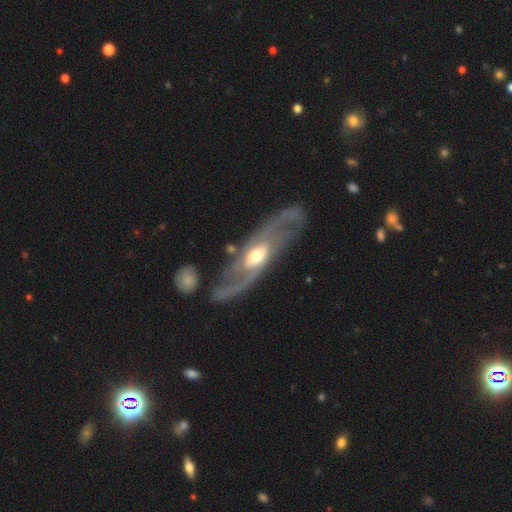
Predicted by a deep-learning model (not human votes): smooth_or_featured: featured or disk (p=0.85) [alt: smooth p=0.11]
disk_edge_on: no (p=0.83) [alt: yes p=0.17]
bar: no (p=0.57) [alt: weak p=0.30]
has_spiral_arms: yes (p=0.86) [alt: no p=0.14]
spiral_winding: medium (p=0.44) [alt: loose p=0.30]
spiral_arm_count: 2 (p=0.84) [alt: can't tell p=0.08]
bulge_size: moderate (p=0.70) [alt: small p=0.15]
merging: none (p=0.71) [alt: minor disturbance p=0.15]